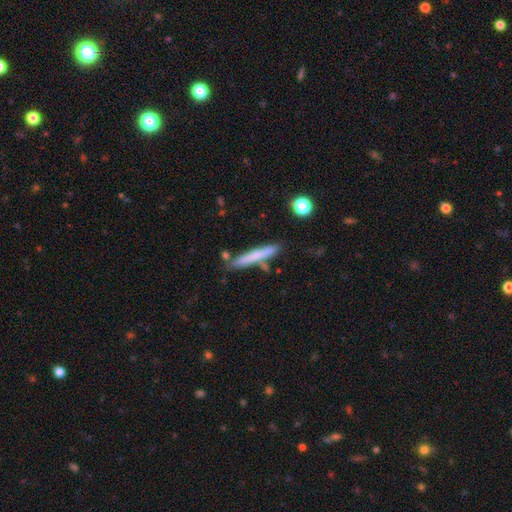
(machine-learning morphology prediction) Smooth or featured? Predicted: smooth (p=0.67). How rounded? Predicted: cigar-shaped (p=0.94). Merging? Predicted: none (p=0.77).